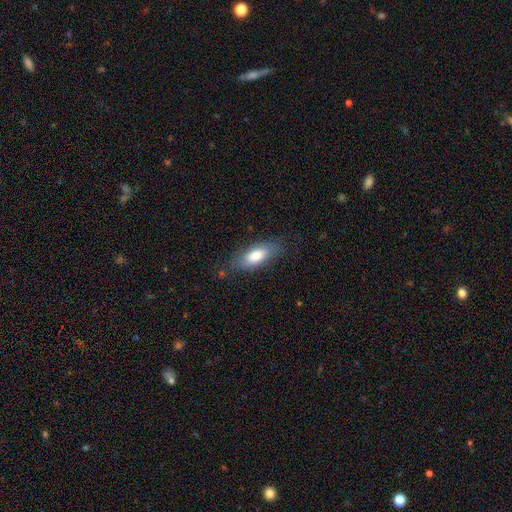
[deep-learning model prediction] smooth_or_featured: smooth (p=0.78) [alt: featured or disk p=0.16]
how_rounded: in between (p=0.77) [alt: cigar-shaped p=0.21]
merging: none (p=0.78) [alt: minor disturbance p=0.16]